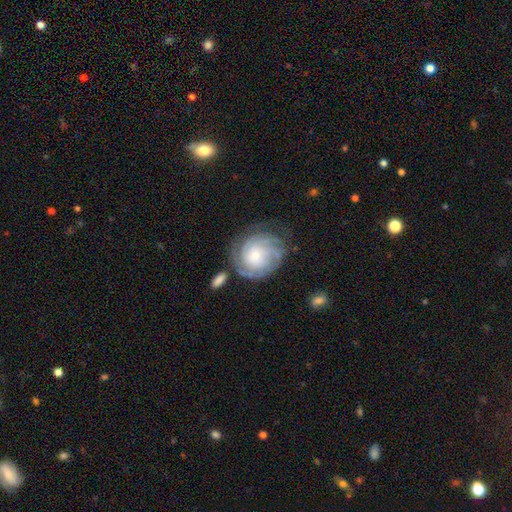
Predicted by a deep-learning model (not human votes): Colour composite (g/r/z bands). It shows a featured or disk galaxy (76%) with no bar (79%), tight (73%) spiral arms (92%) and a small central bulge (70%). Merging: none (64%).